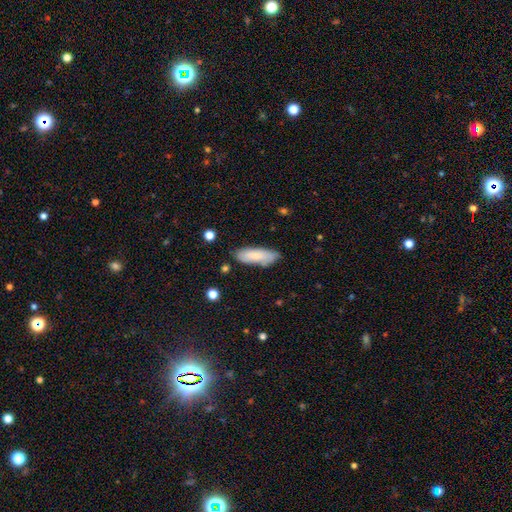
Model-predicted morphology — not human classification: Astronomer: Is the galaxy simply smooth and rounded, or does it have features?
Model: smooth — 79%.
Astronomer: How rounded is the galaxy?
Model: in between — 65%.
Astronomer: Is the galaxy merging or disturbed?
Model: none — 78%.